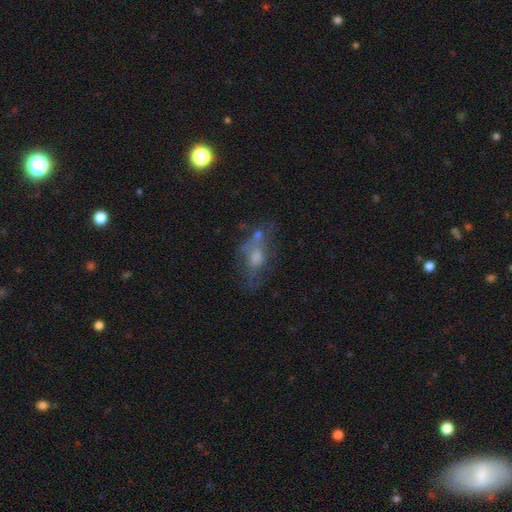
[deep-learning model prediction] The model was most divided on "merging": none: 39%, major disturbance: 28%, minor disturbance: 21%, merger: 11%. Remaining: smooth or featured — featured or disk (48%).